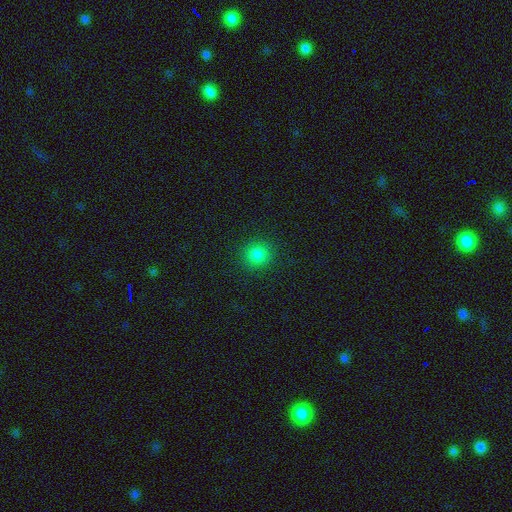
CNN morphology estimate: smooth 84%, star or artifact 13%, featured or disk 3%. Down the decision tree: how rounded — round (91%); merging — none (90%).